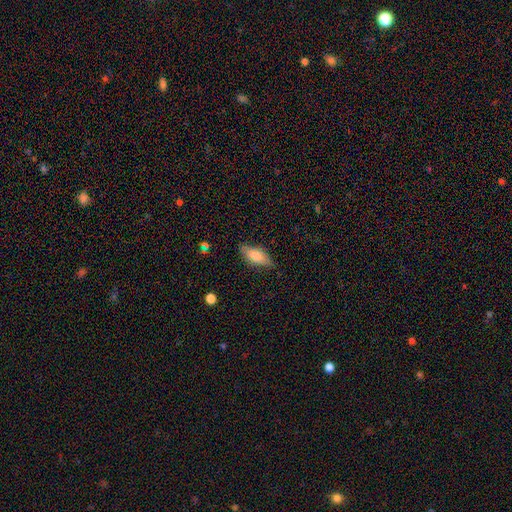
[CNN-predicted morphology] This appears to be a smooth galaxy with no disk features (72%) that is in between round and cigar-shaped (80%). Merging: none (78%).